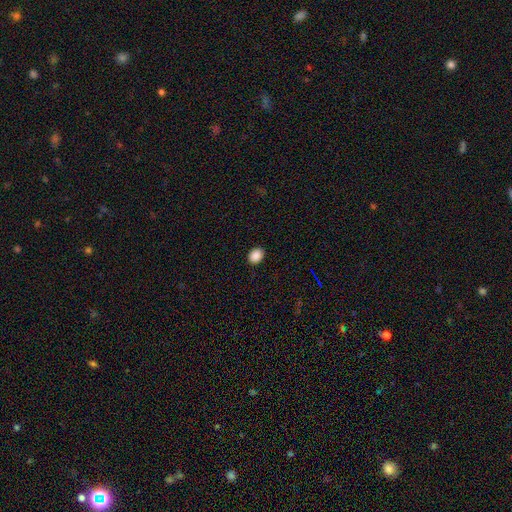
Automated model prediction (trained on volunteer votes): smooth 89%, star or artifact 9%, featured or disk 2%. Down the decision tree: how rounded — in between (59%); merging — none (91%).